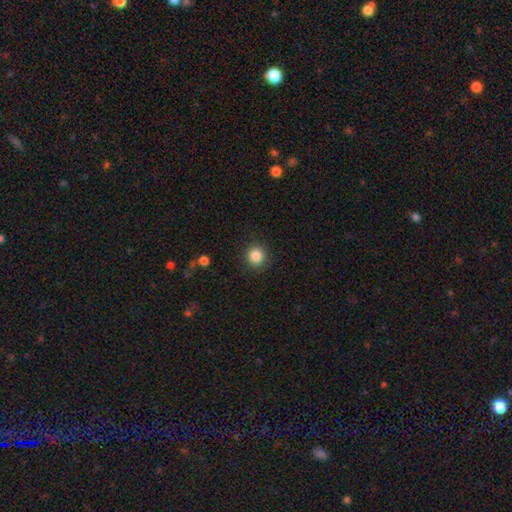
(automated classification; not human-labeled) Smooth or featured: smooth — 85% (star or artifact — 11%)
How rounded: round — 93% (in between — 6%)
Merging: none — 90% (minor disturbance — 7%)